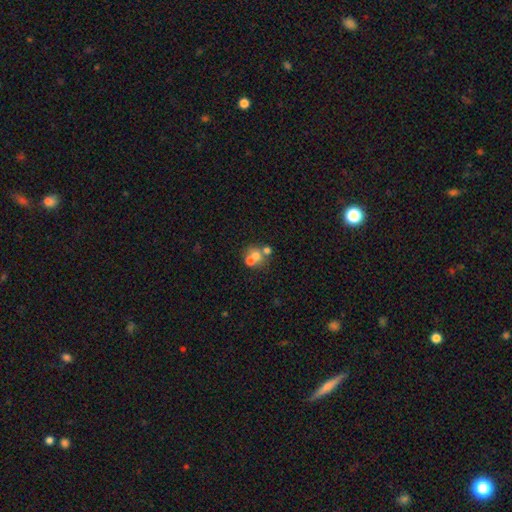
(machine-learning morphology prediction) Smooth or featured: smooth — 61% (featured or disk — 26%)
How rounded: round — 76% (in between — 23%)
Merging: merger — 54% (none — 35%)